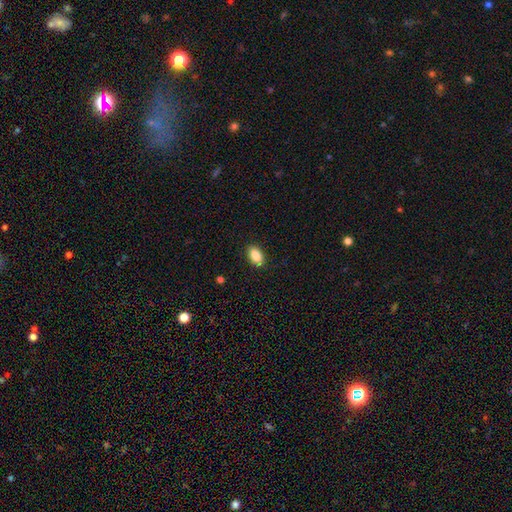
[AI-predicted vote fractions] Smooth or featured: smooth — 86% (star or artifact — 8%)
How rounded: in between — 90% (round — 7%)
Merging: none — 87% (minor disturbance — 10%)